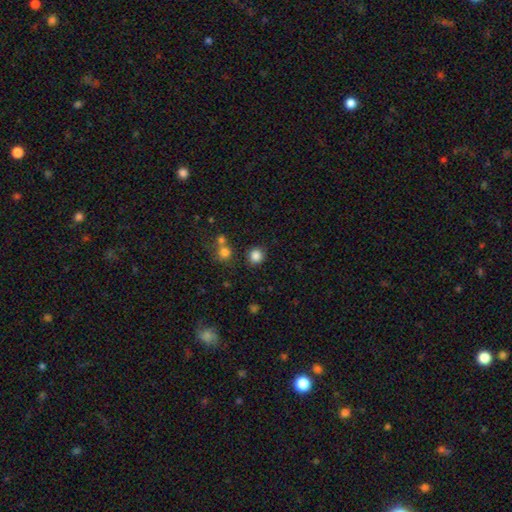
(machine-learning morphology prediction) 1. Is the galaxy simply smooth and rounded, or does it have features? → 85% smooth, 11% star or artifact, 4% featured or disk.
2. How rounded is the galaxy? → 89% round, 10% in between, 1% cigar-shaped.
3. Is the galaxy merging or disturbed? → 83% none, 8% minor disturbance, 6% merger, 3% major disturbance.